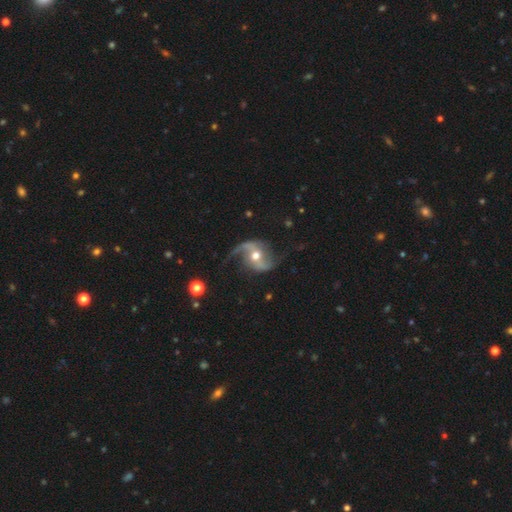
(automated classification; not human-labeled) Smooth or featured? Predicted: featured or disk (p=0.89). Edge-on disk? Predicted: no (p=0.97). Bar? Predicted: no (p=0.42). Spiral arms? Predicted: yes (p=0.97). Spiral winding? Predicted: loose (p=0.68). Spiral arm count? Predicted: 2 (p=0.92). Bulge size? Predicted: moderate (p=0.75). Merging? Predicted: none (p=0.71).